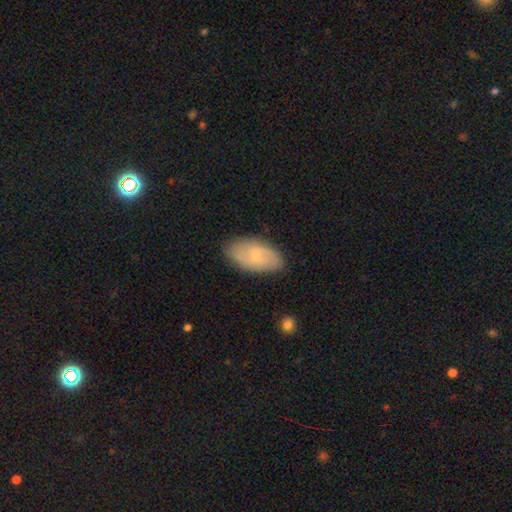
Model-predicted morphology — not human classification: A smooth galaxy with no disk features (56%) that is in between round and cigar-shaped (94%).

Vote fractions:
- Smooth or featured? smooth: 56% / featured or disk: 38% / star or artifact: 6%
- How rounded? in between: 94% / round: 3% / cigar-shaped: 3%
- Merging? none: 80% / minor disturbance: 15% / major disturbance: 3% / merger: 1%